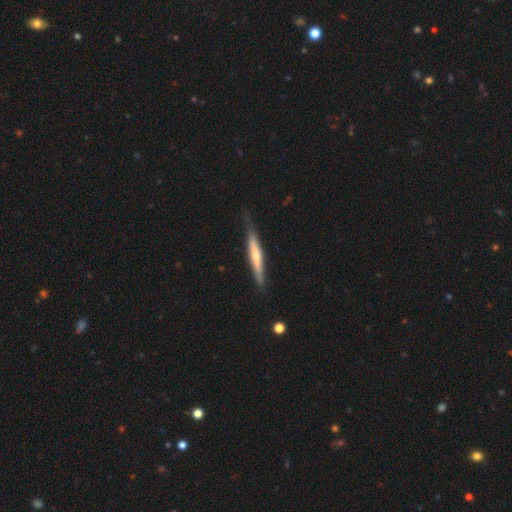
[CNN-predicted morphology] Smooth or featured? Predicted: featured or disk (p=0.49). Merging? Predicted: none (p=0.72).